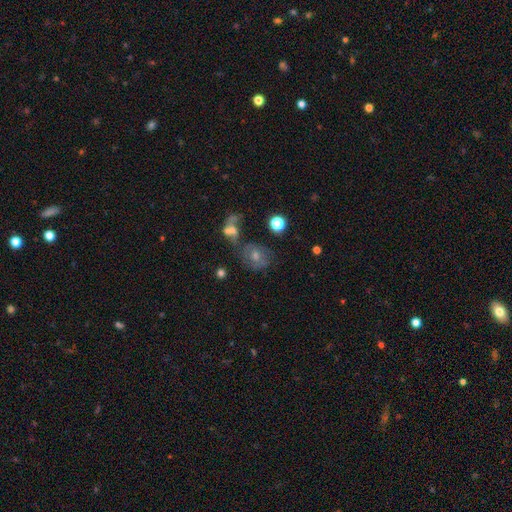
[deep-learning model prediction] smooth-or-featured: featured or disk: 42% | smooth: 37% | star or artifact: 21%
  merging: none: 52% | merger: 21% | minor disturbance: 16% | major disturbance: 11%